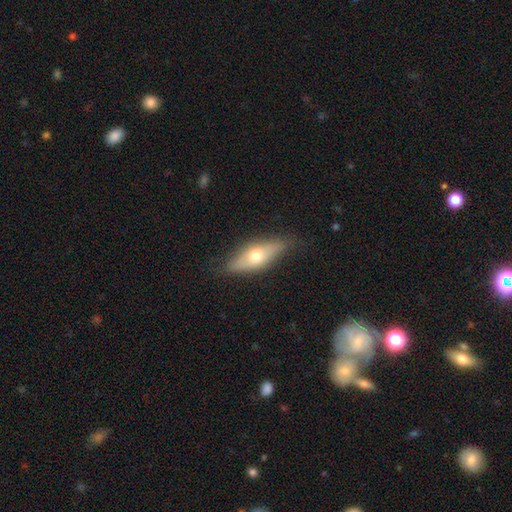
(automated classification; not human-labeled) This appears to be a smooth galaxy with no disk features (47%). Merging: none (80%).